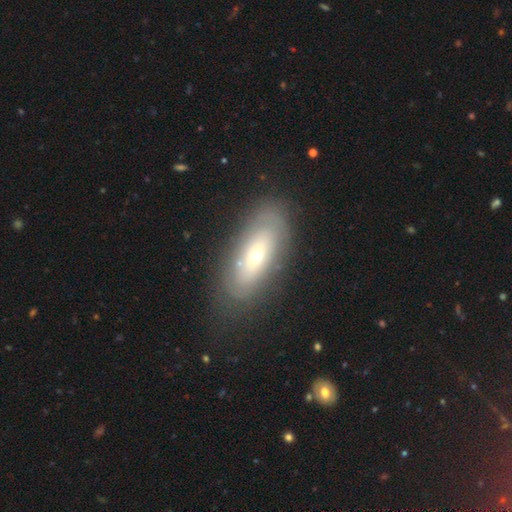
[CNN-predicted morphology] smooth-or-featured: featured or disk: 46% | smooth: 45% | star or artifact: 8%
  merging: none: 75% | minor disturbance: 15% | major disturbance: 7% | merger: 2%